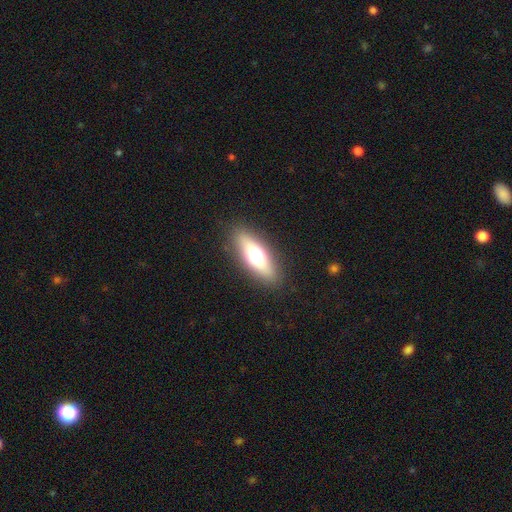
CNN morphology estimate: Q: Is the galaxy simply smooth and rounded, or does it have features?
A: smooth — 56%.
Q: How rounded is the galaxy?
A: in between — 54%.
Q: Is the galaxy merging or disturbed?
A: none — 88%.